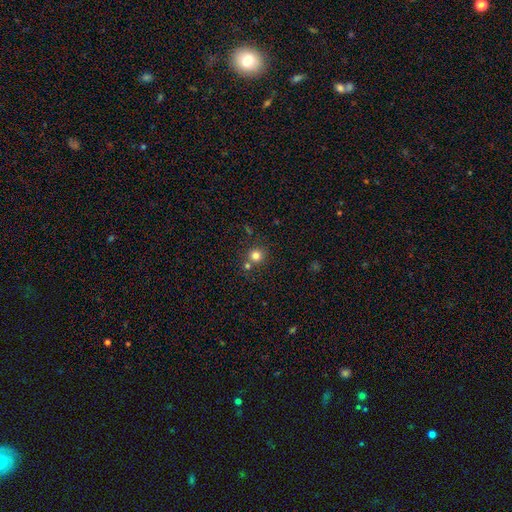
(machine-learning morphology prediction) Smooth or featured?
  - smooth: 79% *
  - star or artifact: 14%
  - featured or disk: 7%
How rounded?
  - round: 92% *
  - in between: 7%
  - cigar-shaped: 1%
Merging?
  - none: 69% *
  - merger: 20%
  - minor disturbance: 8%
  - major disturbance: 3%